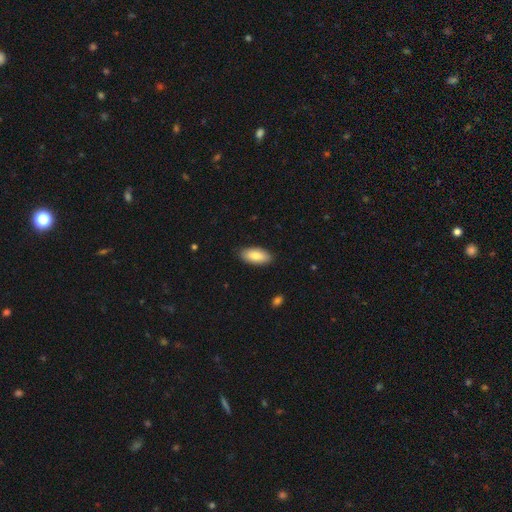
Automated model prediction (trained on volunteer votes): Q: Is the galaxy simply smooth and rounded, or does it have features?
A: smooth — 83%.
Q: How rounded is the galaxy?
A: in between — 91%.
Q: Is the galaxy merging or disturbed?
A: none — 87%.